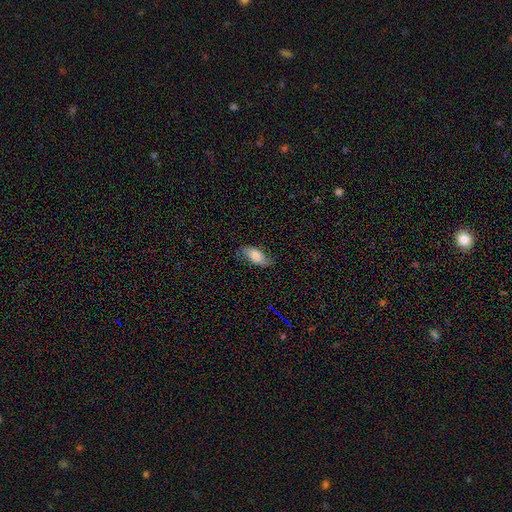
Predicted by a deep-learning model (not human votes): smooth_or_featured: smooth (p=0.56) [alt: featured or disk p=0.36]
how_rounded: in between (p=0.90) [alt: cigar-shaped p=0.07]
merging: none (p=0.69) [alt: minor disturbance p=0.22]